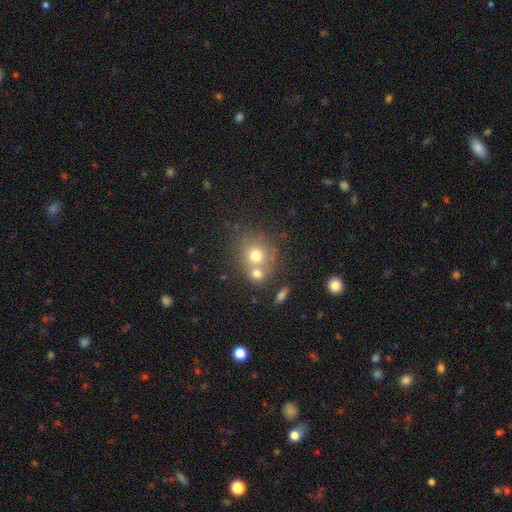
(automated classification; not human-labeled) A smooth galaxy with no disk features (70%) that is round (77%).

Vote fractions:
- Smooth or featured? smooth: 70% / featured or disk: 18% / star or artifact: 12%
- How rounded? round: 77% / in between: 22% / cigar-shaped: 1%
- Merging? none: 46% / merger: 41% / minor disturbance: 10% / major disturbance: 4%